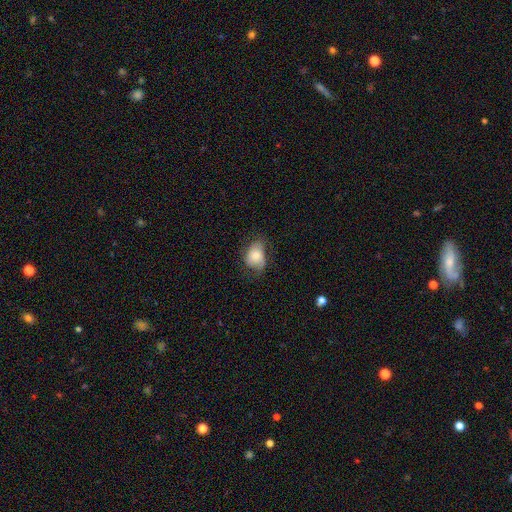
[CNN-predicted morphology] This appears to be a smooth galaxy with no disk features (66%) that is in between round and cigar-shaped (73%). Merging: none (47%).